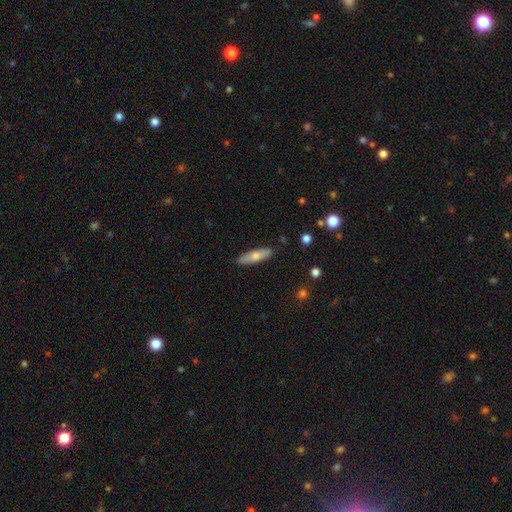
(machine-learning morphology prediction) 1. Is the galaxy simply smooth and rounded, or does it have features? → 66% smooth, 28% featured or disk, 6% star or artifact.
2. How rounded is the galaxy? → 59% cigar-shaped, 39% in between, 2% round.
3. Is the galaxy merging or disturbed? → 88% none, 9% minor disturbance, 2% major disturbance, 1% merger.